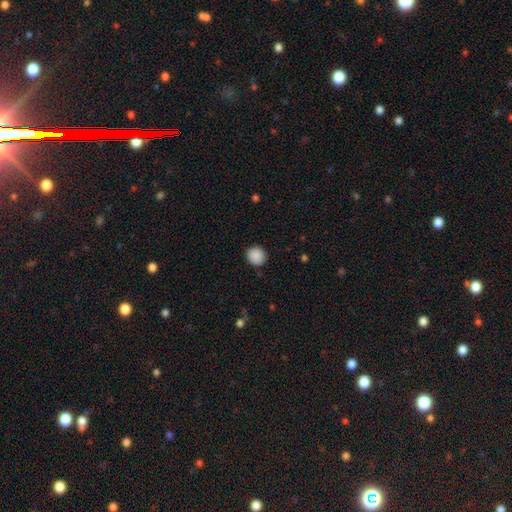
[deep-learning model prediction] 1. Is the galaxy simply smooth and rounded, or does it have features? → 89% smooth, 8% star or artifact, 3% featured or disk.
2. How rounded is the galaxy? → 85% round, 14% in between, 1% cigar-shaped.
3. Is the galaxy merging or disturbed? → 89% none, 7% minor disturbance, 2% major disturbance, 1% merger.